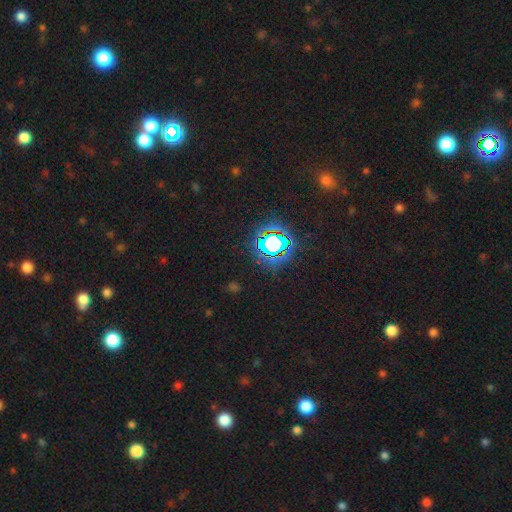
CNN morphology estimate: Smooth or featured? star or artifact (80%)